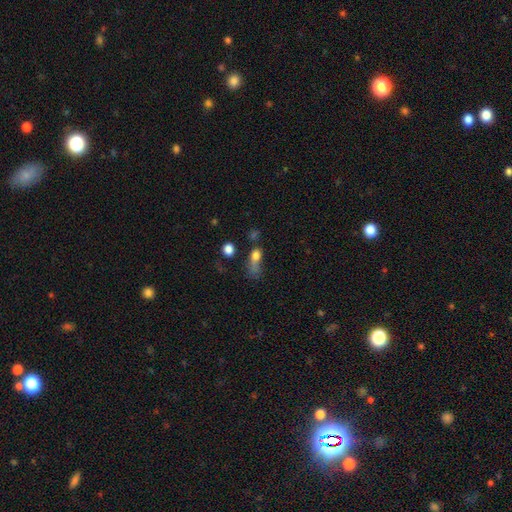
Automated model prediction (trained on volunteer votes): smooth 70%, featured or disk 16%, star or artifact 14%. Down the decision tree: how rounded — in between (54%); merging — major disturbance (44%).